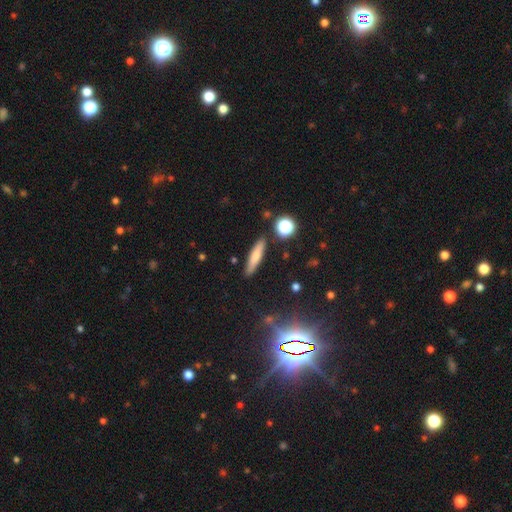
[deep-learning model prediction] This is likely a smooth galaxy (70%). How rounded: clearly cigar-shaped (81%). Merging: clearly none (86%).